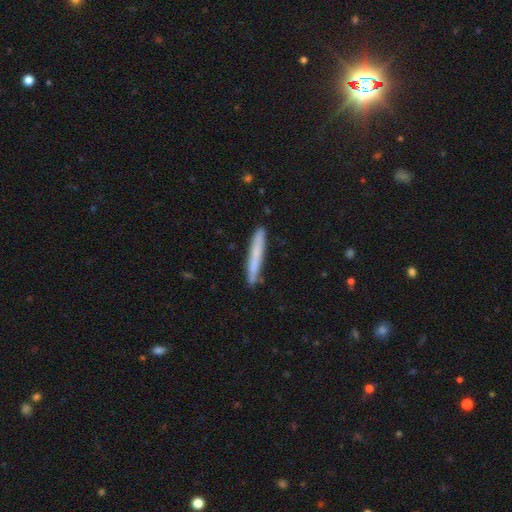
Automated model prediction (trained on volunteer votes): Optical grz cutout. It shows a smooth galaxy with no disk features (66%) that is cigar-shaped (96%). Merging: none (87%).